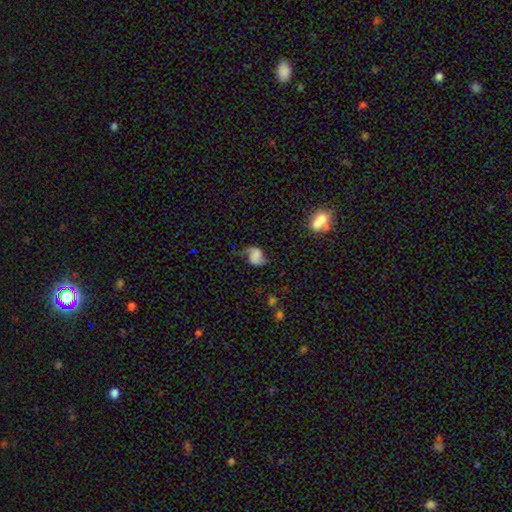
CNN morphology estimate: Smooth or featured: featured or disk — 51% (smooth — 38%)
Edge-on disk: no — 97% (yes — 3%)
Merging: none — 48% (minor disturbance — 27%)